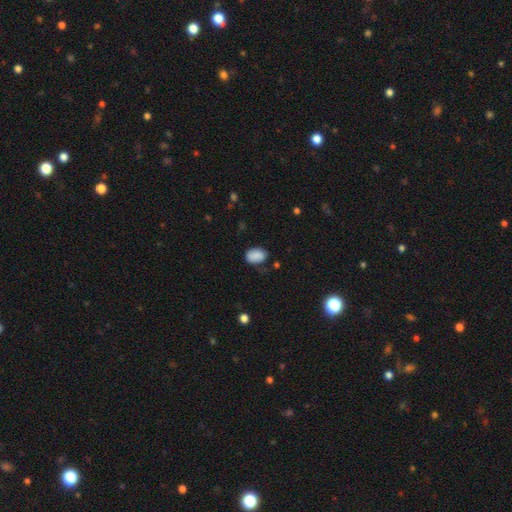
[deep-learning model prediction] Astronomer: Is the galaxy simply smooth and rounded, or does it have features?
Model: smooth — 87%.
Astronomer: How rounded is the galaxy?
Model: in between — 84%.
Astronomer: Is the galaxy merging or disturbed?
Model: none — 71%.